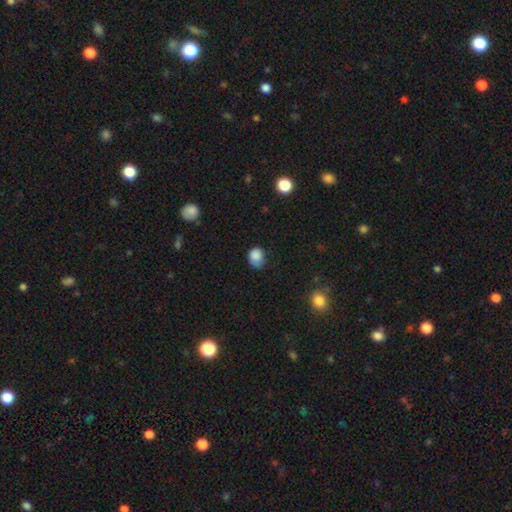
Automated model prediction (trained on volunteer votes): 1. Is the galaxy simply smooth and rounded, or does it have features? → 84% smooth, 10% star or artifact, 6% featured or disk.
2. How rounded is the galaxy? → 59% round, 40% in between, 1% cigar-shaped.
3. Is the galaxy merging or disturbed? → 54% none, 35% minor disturbance, 9% major disturbance, 2% merger.